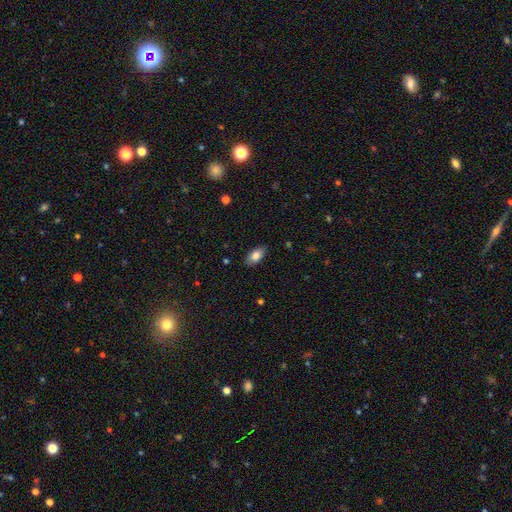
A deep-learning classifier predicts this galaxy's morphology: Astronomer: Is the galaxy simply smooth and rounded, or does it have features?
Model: smooth — 82%.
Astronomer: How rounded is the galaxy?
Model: in between — 91%.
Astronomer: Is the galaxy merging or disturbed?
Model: none — 85%.